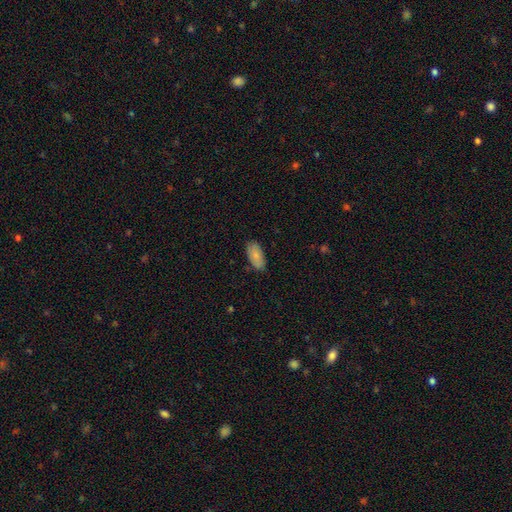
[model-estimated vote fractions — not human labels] Smooth or featured?
  - smooth: 83% *
  - featured or disk: 10%
  - star or artifact: 6%
How rounded?
  - in between: 92% *
  - cigar-shaped: 6%
  - round: 2%
Merging?
  - none: 82% *
  - minor disturbance: 15%
  - major disturbance: 2%
  - merger: 1%